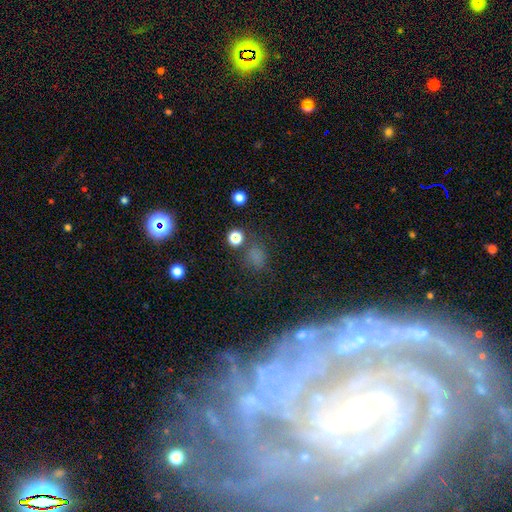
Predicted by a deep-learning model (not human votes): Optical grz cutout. It shows a smooth galaxy with no disk features (63%) that is round (57%). Merging: none (70%).